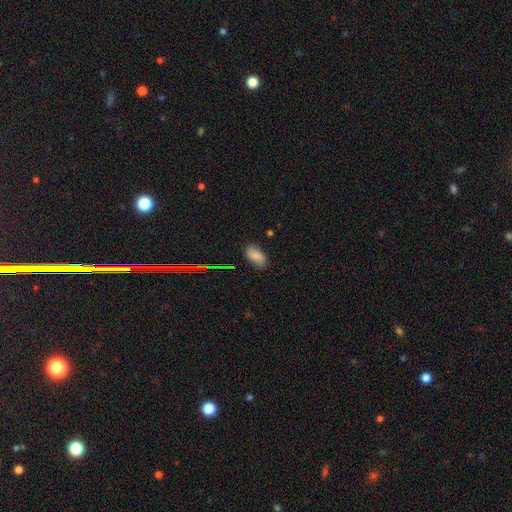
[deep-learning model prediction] Smooth or featured? Predicted: smooth (p=0.74). How rounded? Predicted: in between (p=0.92). Merging? Predicted: none (p=0.79).